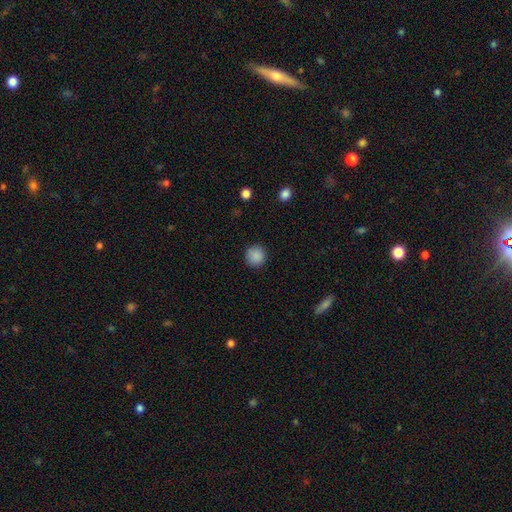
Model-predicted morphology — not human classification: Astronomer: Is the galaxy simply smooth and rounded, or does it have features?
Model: smooth — 89%.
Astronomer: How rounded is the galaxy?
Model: round — 94%.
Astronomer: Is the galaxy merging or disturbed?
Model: none — 91%.